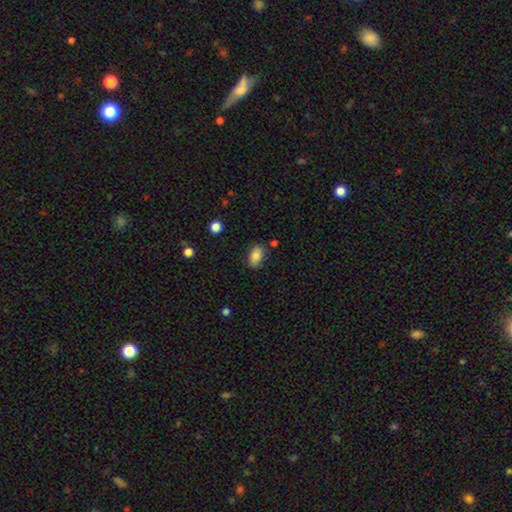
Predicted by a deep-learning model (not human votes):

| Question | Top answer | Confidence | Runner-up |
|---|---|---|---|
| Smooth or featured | smooth | 83% | star or artifact (8%) |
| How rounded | in between | 91% | round (7%) |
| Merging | none | 80% | minor disturbance (13%) |